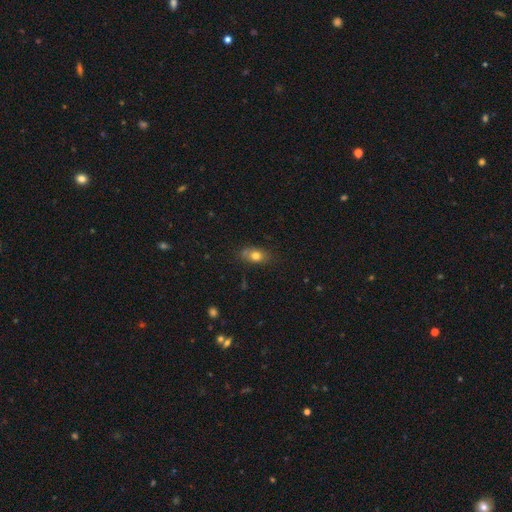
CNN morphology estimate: A smooth galaxy with no disk features (76%) that is in between round and cigar-shaped (76%). Merging: none (71%).